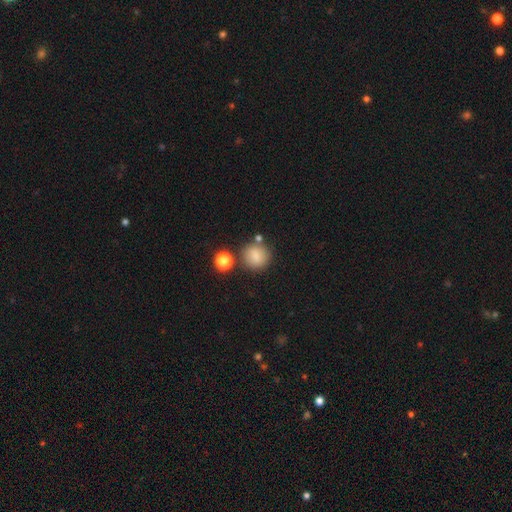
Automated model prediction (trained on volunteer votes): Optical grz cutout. It shows a smooth galaxy with no disk features (82%) that is round (85%). Merging: none (75%).